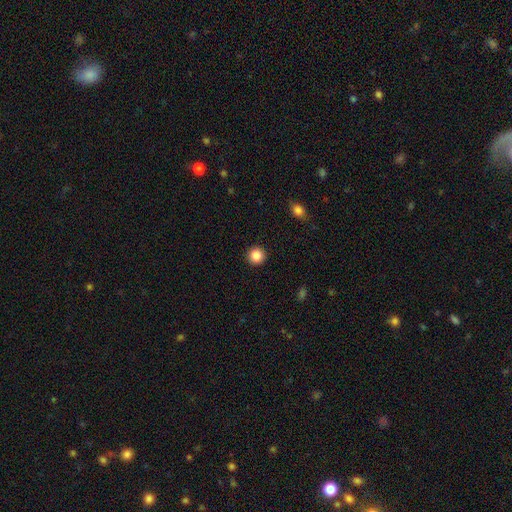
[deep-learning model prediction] The model was most divided on "smooth or featured": smooth: 87%, star or artifact: 10%, featured or disk: 3%. More confident: how rounded — round (95%); merging — none (93%).